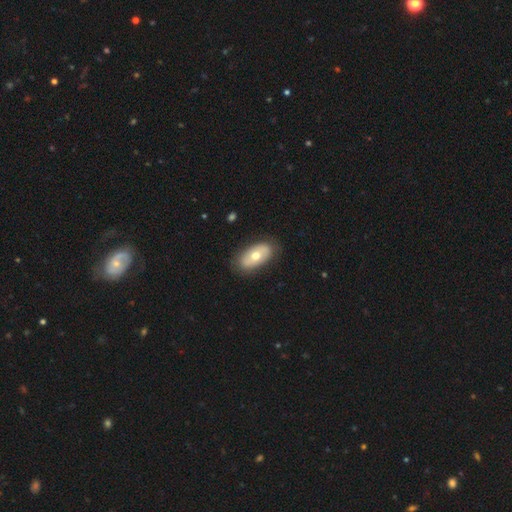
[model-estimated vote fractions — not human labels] smooth 58%, featured or disk 37%, star or artifact 6%. Down the decision tree: how rounded — in between (92%); merging — none (82%).